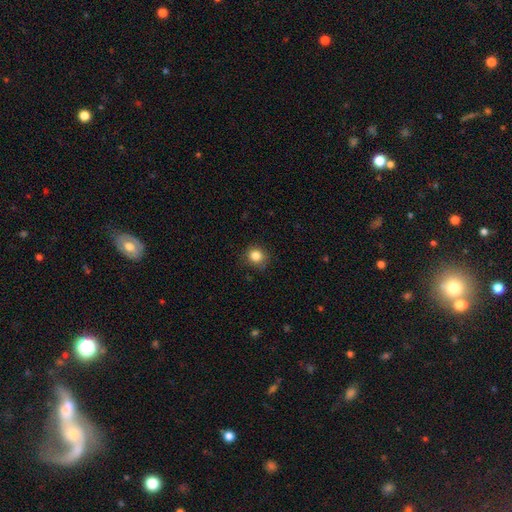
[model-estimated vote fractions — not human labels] smooth_or_featured: smooth (p=0.85) [alt: star or artifact p=0.11]
how_rounded: round (p=0.88) [alt: in between p=0.11]
merging: none (p=0.84) [alt: minor disturbance p=0.12]